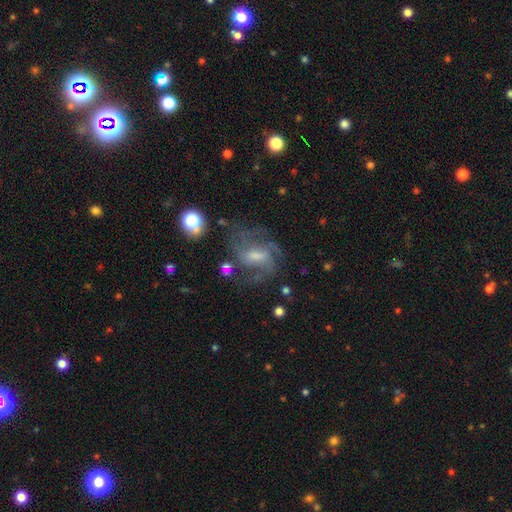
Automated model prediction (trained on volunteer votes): Smooth or featured? featured or disk (74%)
Edge-on disk? no (96%)
Bar? weak (51%)
Spiral arms? yes (89%)
Spiral winding? medium (50%)
Spiral arm count? can't tell (29%)
Bulge size? moderate (42%)
Merging? none (61%)